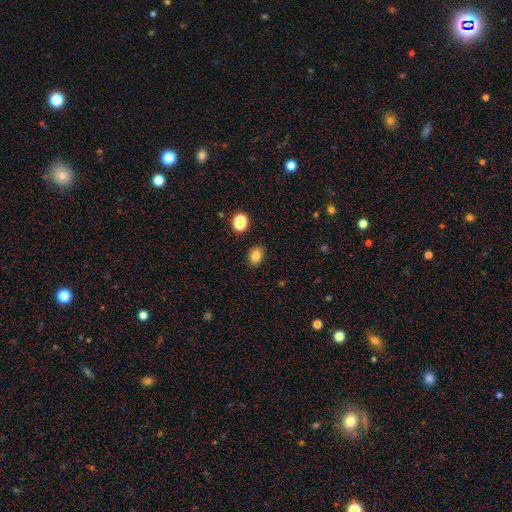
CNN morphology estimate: A smooth galaxy with no disk features (82%) that is in between round and cigar-shaped (55%).

Vote fractions:
- Smooth or featured? smooth: 82% / star or artifact: 11% / featured or disk: 7%
- How rounded? in between: 55% / round: 44% / cigar-shaped: 1%
- Merging? none: 86% / minor disturbance: 9% / major disturbance: 2% / merger: 2%